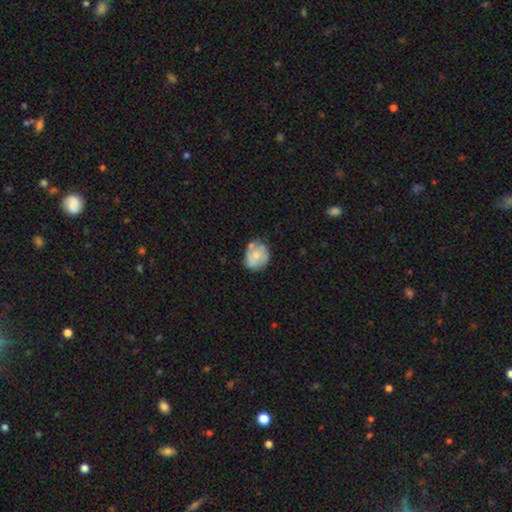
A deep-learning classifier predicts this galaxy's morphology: Smooth or featured: smooth — 60% (featured or disk — 33%)
How rounded: round — 63% (in between — 36%)
Merging: none — 56% (minor disturbance — 27%)